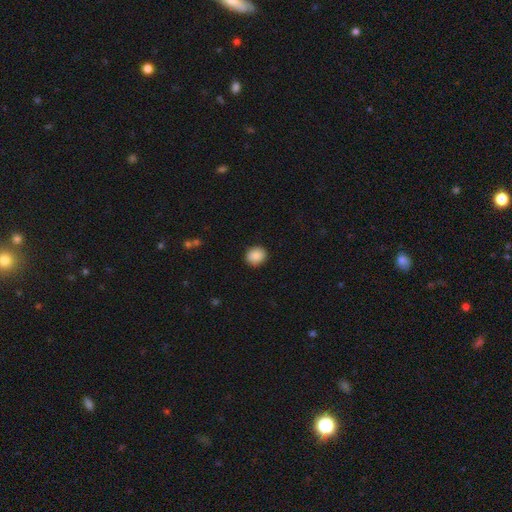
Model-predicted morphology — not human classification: A smooth galaxy with no disk features (89%) that is round (70%). Merging: none (90%).